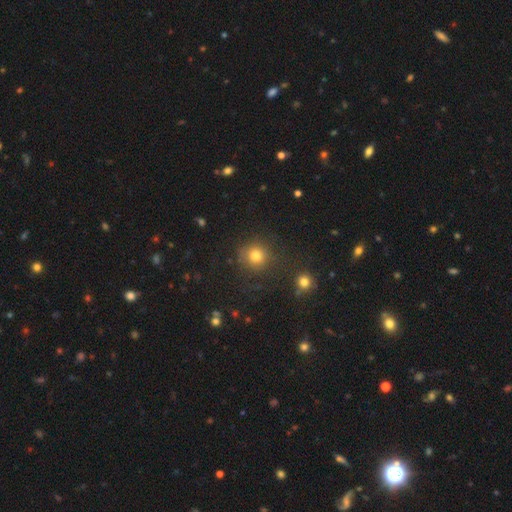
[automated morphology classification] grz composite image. It shows a smooth galaxy with no disk features (76%) that is round (92%). Merging: none (80%).